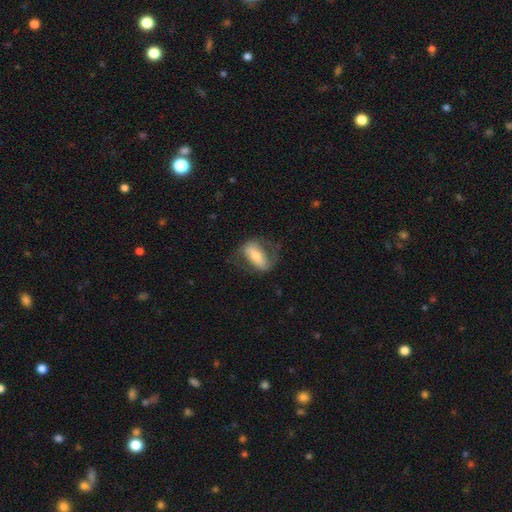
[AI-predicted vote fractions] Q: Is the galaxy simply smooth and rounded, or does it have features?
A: featured or disk — 57%.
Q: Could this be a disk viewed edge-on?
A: no — 91%.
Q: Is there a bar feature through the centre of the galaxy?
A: strong — 49%.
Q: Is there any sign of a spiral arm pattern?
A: yes — 76%.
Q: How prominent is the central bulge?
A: moderate — 53%.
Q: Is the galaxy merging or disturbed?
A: none — 59%.